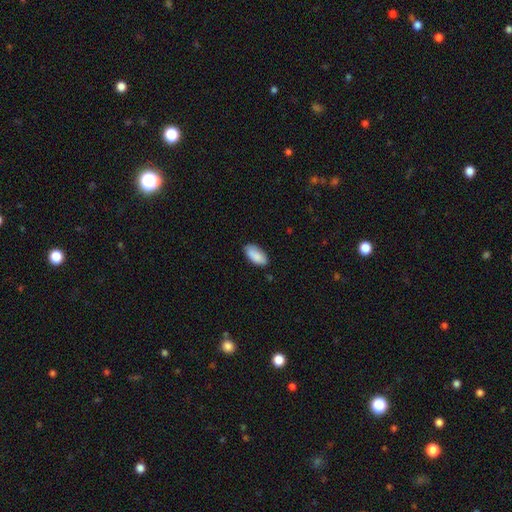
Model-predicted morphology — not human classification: type=smooth (88%); roundness=in between (93%); merging=none (81%).